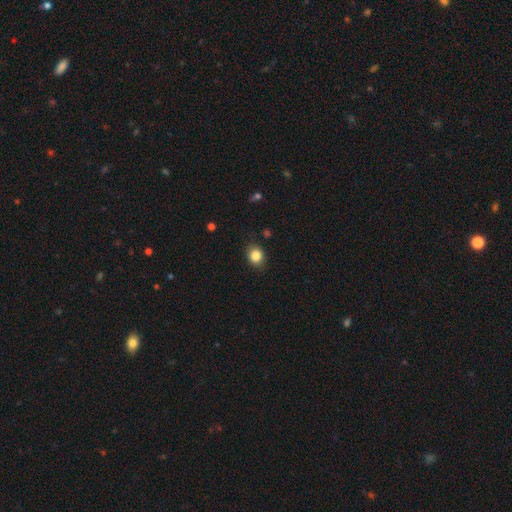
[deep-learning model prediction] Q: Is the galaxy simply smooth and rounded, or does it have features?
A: smooth — 84%.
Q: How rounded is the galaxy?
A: round — 58%.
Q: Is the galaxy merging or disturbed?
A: none — 84%.